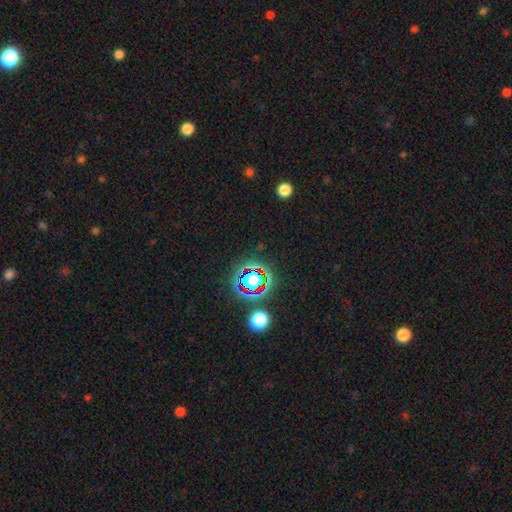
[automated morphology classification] A star or artifact, not a galaxy (78%).

Vote fractions:
- Smooth or featured? star or artifact: 78% / smooth: 14% / featured or disk: 8%